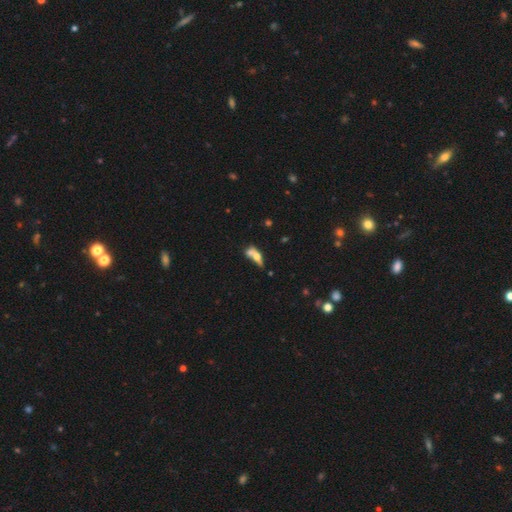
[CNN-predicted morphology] This appears to be a smooth galaxy with no disk features (52%) that is in between round and cigar-shaped (58%). Merging: merger (54%).